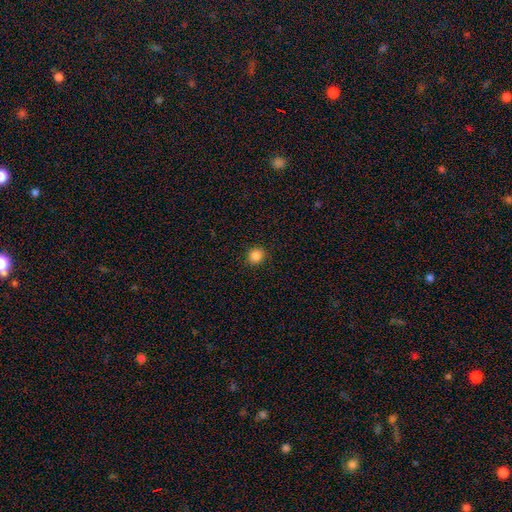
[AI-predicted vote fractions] smooth-or-featured: smooth: 86% | star or artifact: 11% | featured or disk: 3%
  how-rounded: round: 87% | in between: 12% | cigar-shaped: 1%
  merging: none: 91% | minor disturbance: 6% | major disturbance: 2% | merger: 1%